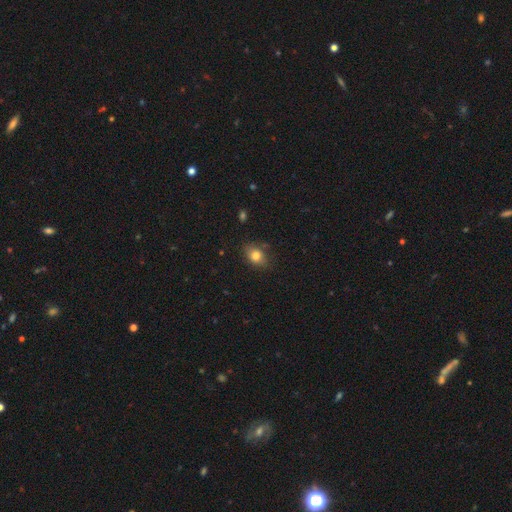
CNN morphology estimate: Smooth or featured? smooth (81%)
How rounded? in between (64%)
Merging? none (78%)